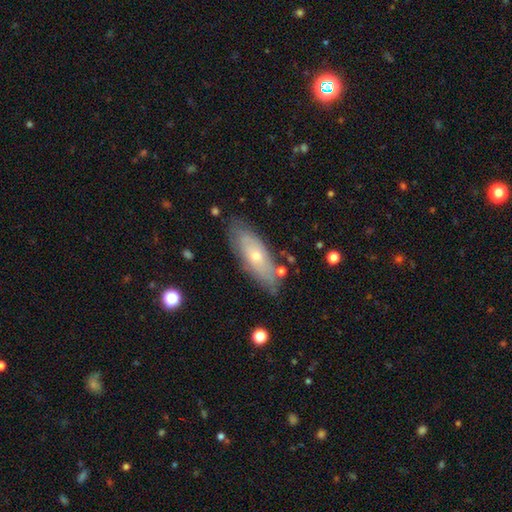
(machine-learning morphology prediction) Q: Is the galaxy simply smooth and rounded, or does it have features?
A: featured or disk — 50%.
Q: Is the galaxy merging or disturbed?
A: none — 76%.